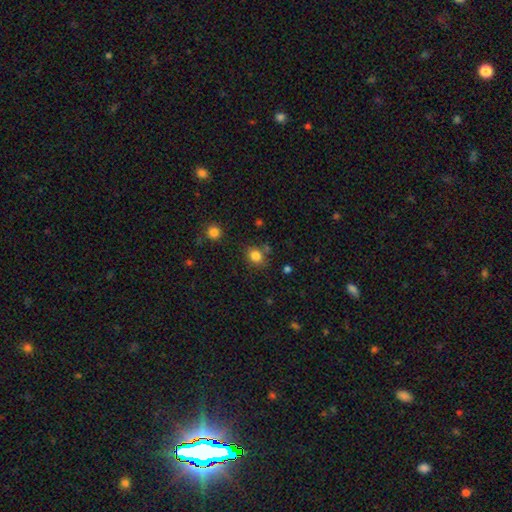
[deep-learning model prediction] Overall: smooth (83%). How rounded: round (62%; in between 38%). Merging: none (77%).